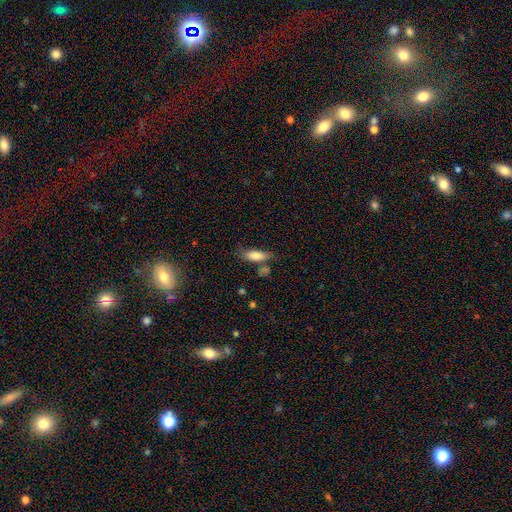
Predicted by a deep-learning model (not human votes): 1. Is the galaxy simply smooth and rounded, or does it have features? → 80% smooth, 12% featured or disk, 7% star or artifact.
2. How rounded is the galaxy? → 64% in between, 33% cigar-shaped, 3% round.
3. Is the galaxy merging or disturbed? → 61% none, 21% minor disturbance, 12% merger, 7% major disturbance.